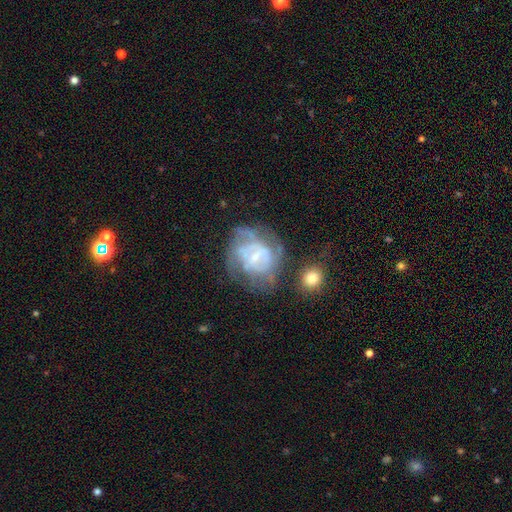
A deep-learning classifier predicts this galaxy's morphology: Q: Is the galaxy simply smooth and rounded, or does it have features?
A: featured or disk — 73%.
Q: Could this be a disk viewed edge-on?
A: no — 97%.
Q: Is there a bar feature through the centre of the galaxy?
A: weak — 46%.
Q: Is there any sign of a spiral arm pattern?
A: yes — 71%.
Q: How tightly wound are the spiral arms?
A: tight — 48%.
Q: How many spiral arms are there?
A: can't tell — 50%.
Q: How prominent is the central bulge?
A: small — 65%.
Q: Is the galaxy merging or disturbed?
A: none — 45%.